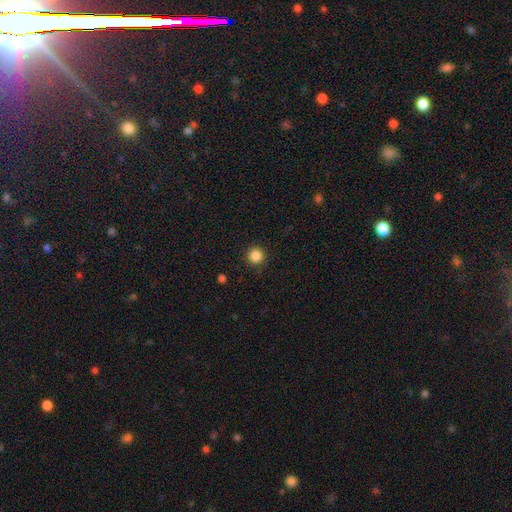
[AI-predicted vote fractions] Overall: smooth (86%). How rounded: round (96%). Merging: none (92%).